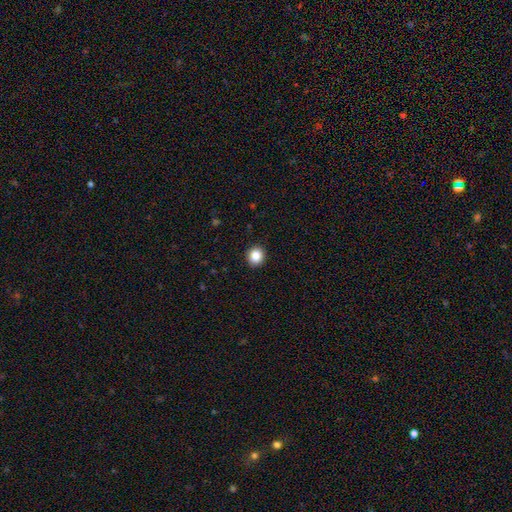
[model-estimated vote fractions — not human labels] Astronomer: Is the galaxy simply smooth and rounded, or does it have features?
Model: smooth — 85%.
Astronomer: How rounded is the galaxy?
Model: round — 89%.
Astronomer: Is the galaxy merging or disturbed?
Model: none — 93%.